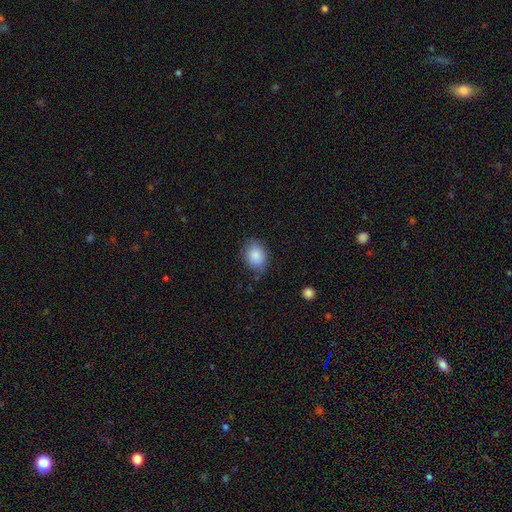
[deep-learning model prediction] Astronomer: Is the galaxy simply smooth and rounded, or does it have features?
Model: smooth — 87%.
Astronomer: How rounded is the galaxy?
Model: in between — 59% (runner-up: round, 40%).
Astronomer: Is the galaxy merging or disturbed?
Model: none — 74%.